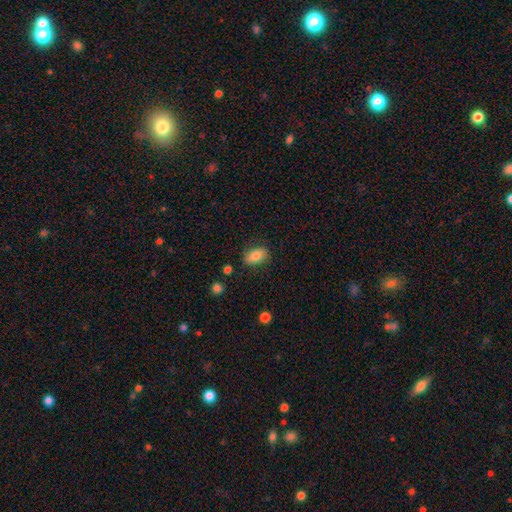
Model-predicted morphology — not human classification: A smooth galaxy with no disk features (80%) that is in between round and cigar-shaped (88%). Merging: none (83%).